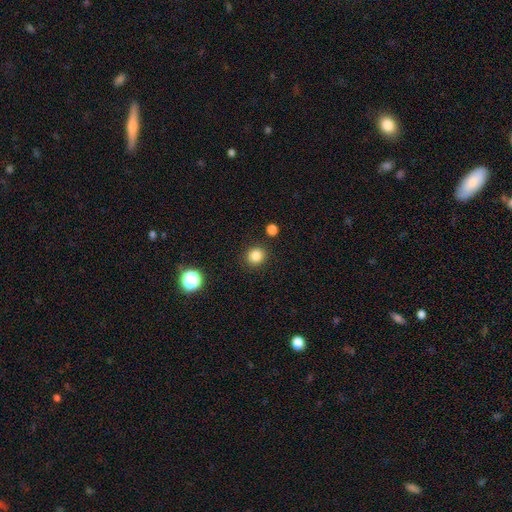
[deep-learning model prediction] The model was most divided on "smooth or featured": smooth: 84%, star or artifact: 12%, featured or disk: 4%. More confident: merging — none (89%); how rounded — round (87%).